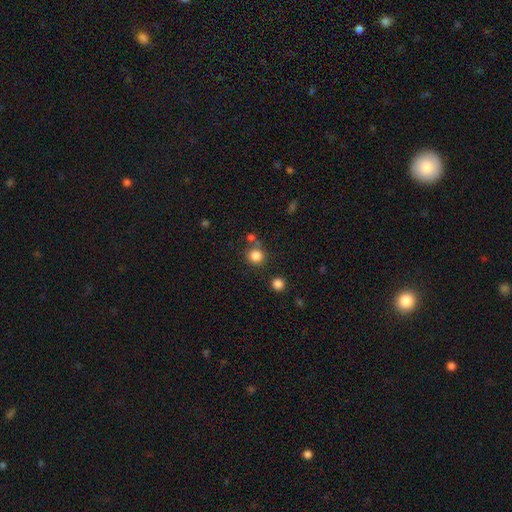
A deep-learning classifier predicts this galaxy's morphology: A smooth galaxy with no disk features (83%) that is round (91%).

Vote fractions:
- Smooth or featured? smooth: 83% / star or artifact: 12% / featured or disk: 5%
- How rounded? round: 91% / in between: 8% / cigar-shaped: 1%
- Merging? none: 74% / merger: 12% / minor disturbance: 9% / major disturbance: 4%